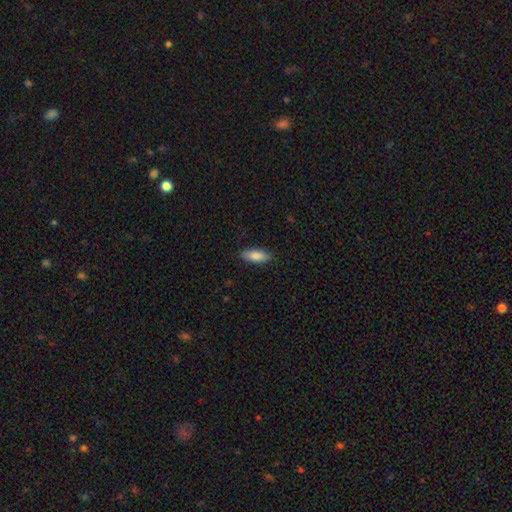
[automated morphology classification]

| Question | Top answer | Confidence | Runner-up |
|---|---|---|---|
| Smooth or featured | smooth | 85% | featured or disk (9%) |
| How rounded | in between | 73% | cigar-shaped (25%) |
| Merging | none | 87% | minor disturbance (10%) |